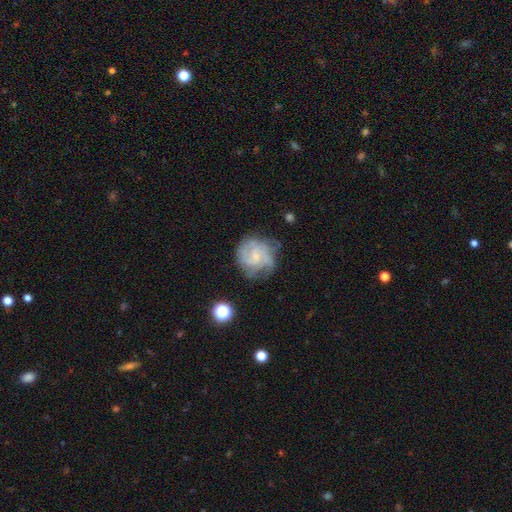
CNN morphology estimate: This is likely a featured or disk galaxy (72%). It is clearly not viewed edge-on (98%). Bar: possibly no (60%). Spiral arm pattern: clearly yes (89%). Spiral arm count: marginally can't tell (35%). Spiral winding: possibly tight (47%). Central bulge: likely small (60%). Merging: likely none (61%).